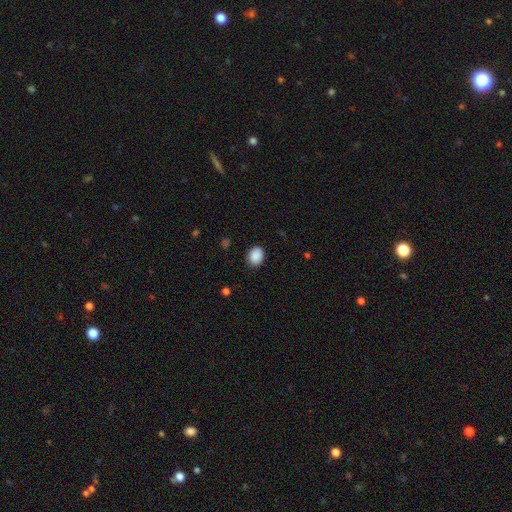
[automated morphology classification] Smooth or featured? Predicted: smooth (p=0.89). How rounded? Predicted: in between (p=0.56). Merging? Predicted: none (p=0.85).